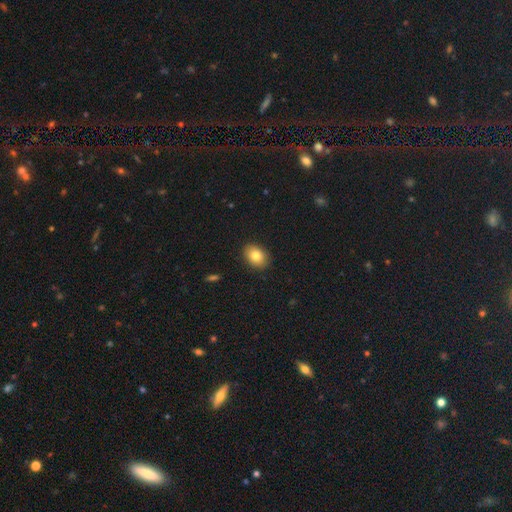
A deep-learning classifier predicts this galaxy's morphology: Smooth or featured? Predicted: smooth (p=0.81). How rounded? Predicted: in between (p=0.71). Merging? Predicted: none (p=0.90).